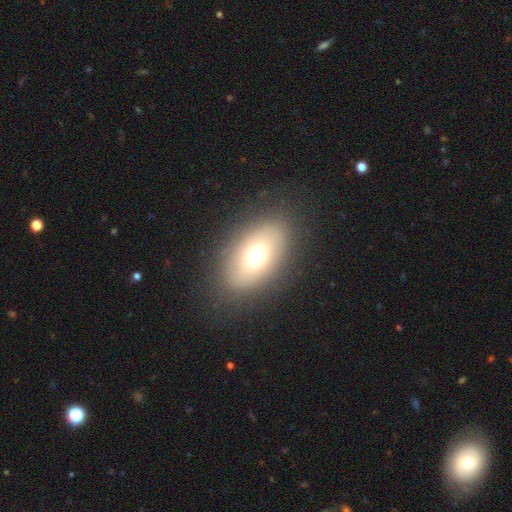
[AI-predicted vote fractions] A smooth galaxy with no disk features (64%) that is in between round and cigar-shaped (81%).

Vote fractions:
- Smooth or featured? smooth: 64% / featured or disk: 21% / star or artifact: 14%
- How rounded? in between: 81% / round: 16% / cigar-shaped: 3%
- Merging? none: 84% / minor disturbance: 9% / major disturbance: 6% / merger: 1%